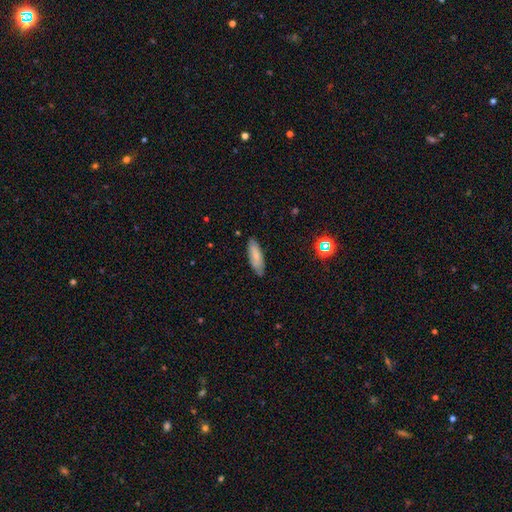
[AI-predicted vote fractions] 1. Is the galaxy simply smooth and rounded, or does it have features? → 72% smooth, 20% featured or disk, 7% star or artifact.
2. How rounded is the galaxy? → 53% in between, 46% cigar-shaped, 2% round.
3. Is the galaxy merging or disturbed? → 83% none, 14% minor disturbance, 2% major disturbance, 1% merger.